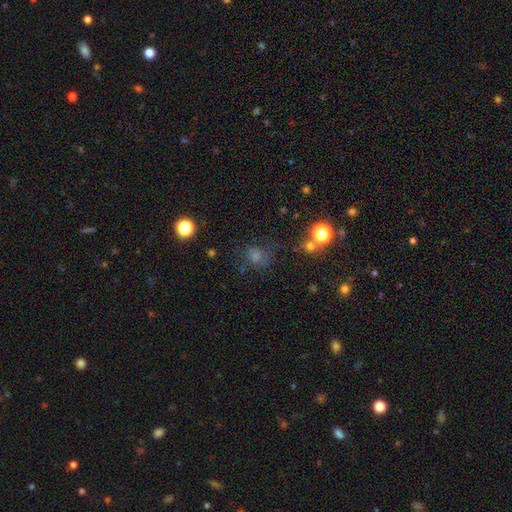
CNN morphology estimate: A smooth galaxy with no disk features (59%) that is round (65%). Merging: none (59%).